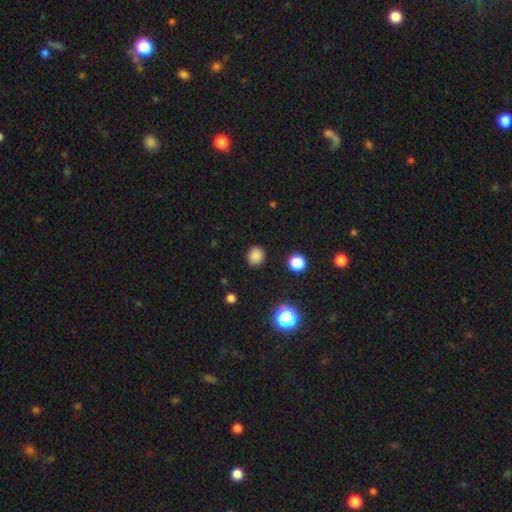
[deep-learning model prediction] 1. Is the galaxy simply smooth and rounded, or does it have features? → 83% smooth, 13% star or artifact, 4% featured or disk.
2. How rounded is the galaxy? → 81% round, 19% in between, 1% cigar-shaped.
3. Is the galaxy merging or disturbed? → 89% none, 7% minor disturbance, 2% major disturbance, 1% merger.